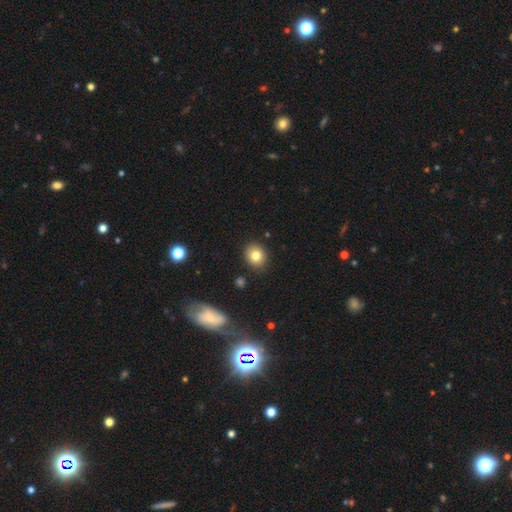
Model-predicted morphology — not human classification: Smooth or featured?
  - smooth: 80% *
  - star or artifact: 10%
  - featured or disk: 9%
How rounded?
  - round: 71% *
  - in between: 28%
  - cigar-shaped: 1%
Merging?
  - none: 88% *
  - minor disturbance: 8%
  - major disturbance: 2%
  - merger: 2%